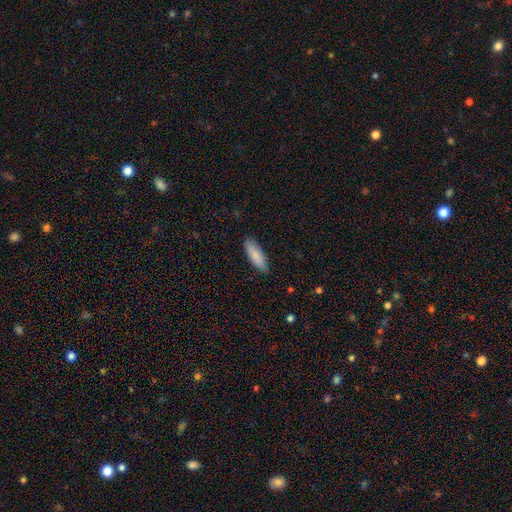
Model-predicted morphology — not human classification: Overall: smooth (86%). How rounded: in between (59%; cigar-shaped 40%). Merging: none (87%).